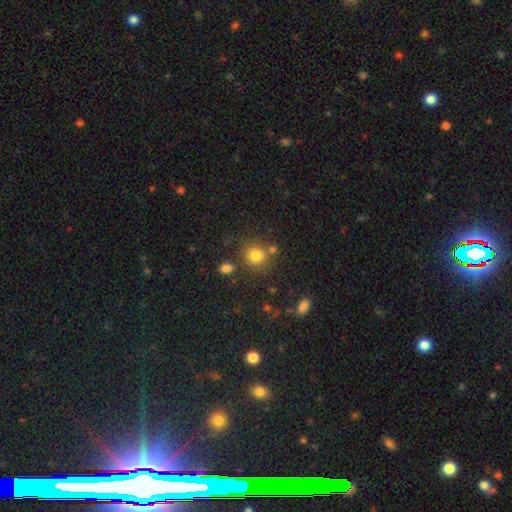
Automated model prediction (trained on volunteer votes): Overall: smooth (78%). How rounded: round (67%; in between 32%). Merging: none (63%).